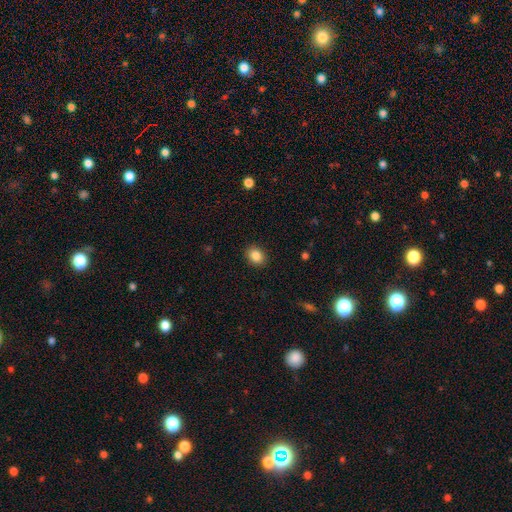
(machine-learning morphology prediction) Smooth or featured?
  - smooth: 86% *
  - star or artifact: 9%
  - featured or disk: 4%
How rounded?
  - in between: 50% *
  - round: 49%
  - cigar-shaped: 1%
Merging?
  - none: 90% *
  - minor disturbance: 7%
  - major disturbance: 2%
  - merger: 1%